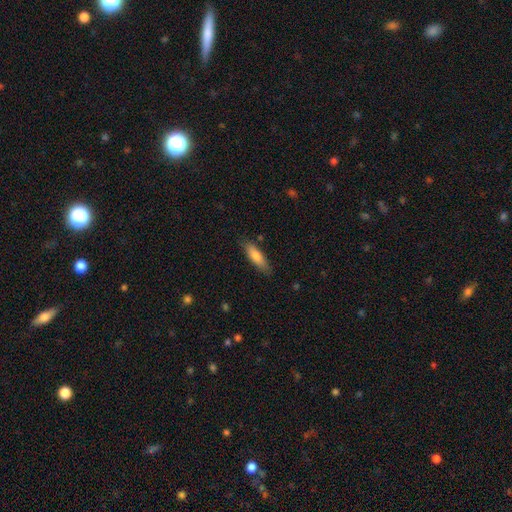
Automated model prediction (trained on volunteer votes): Smooth or featured? Predicted: smooth (p=0.77). How rounded? Predicted: cigar-shaped (p=0.58). Merging? Predicted: none (p=0.83).